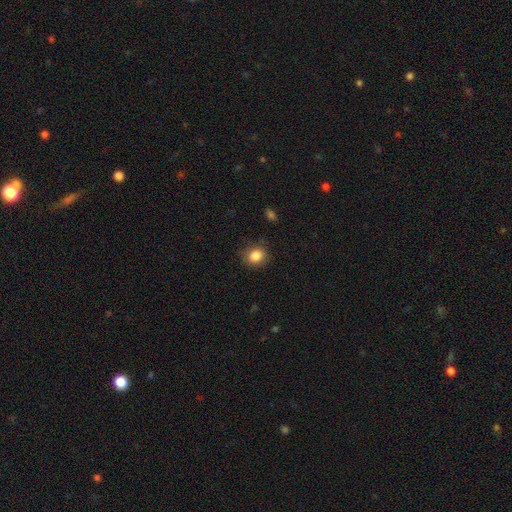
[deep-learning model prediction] A smooth galaxy with no disk features (86%) that is round (70%). Merging: none (82%).